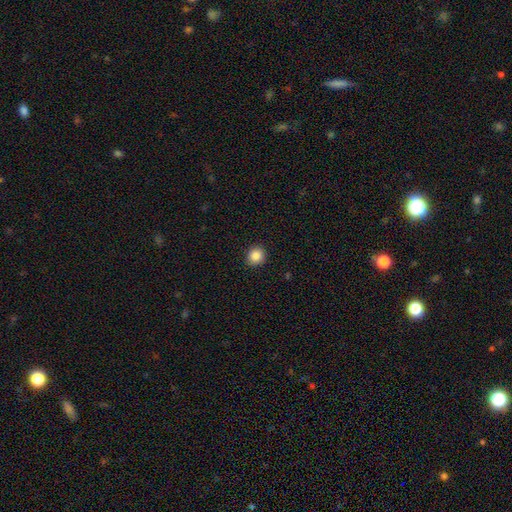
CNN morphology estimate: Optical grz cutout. It shows a smooth galaxy with no disk features (86%) that is round (85%). Merging: none (91%).